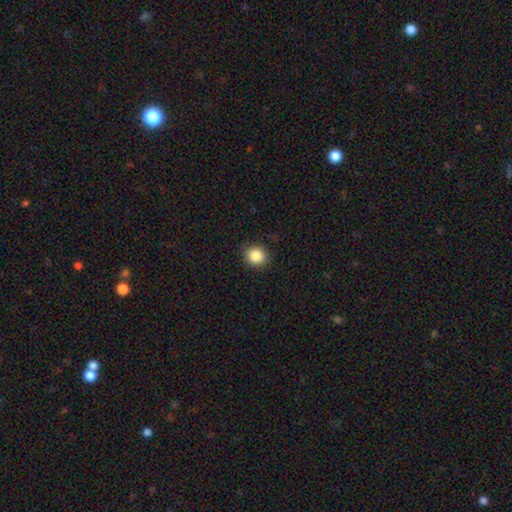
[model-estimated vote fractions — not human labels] smooth 87%, star or artifact 10%, featured or disk 4%. Down the decision tree: how rounded — round (89%); merging — none (90%).